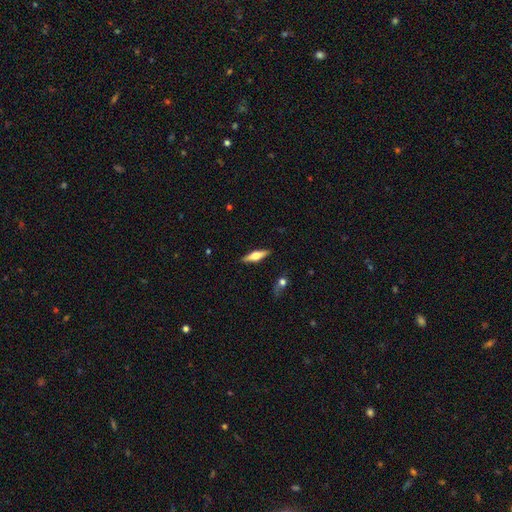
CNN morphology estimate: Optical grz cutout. It shows a featured or disk galaxy (57%) viewed edge-on (95%) with a rounded central bulge (91%). Merging: none (88%).